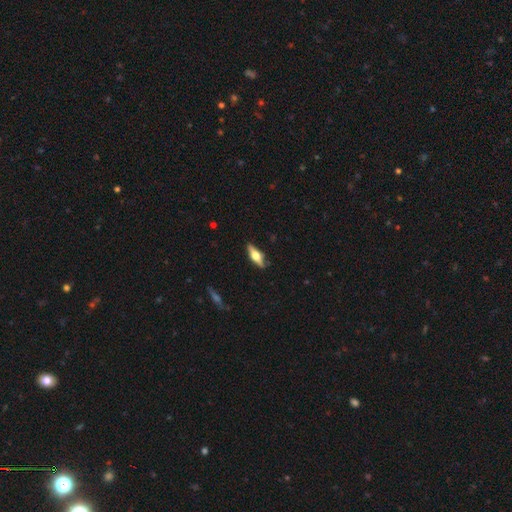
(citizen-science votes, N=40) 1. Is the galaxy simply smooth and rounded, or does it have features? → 52% featured or disk, 40% smooth, 8% star or artifact.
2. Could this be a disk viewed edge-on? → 95% yes, 5% no.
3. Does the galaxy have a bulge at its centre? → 90% rounded, 10% boxy, 0% none.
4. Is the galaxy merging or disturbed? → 81% none, 16% minor disturbance, 3% major disturbance, 0% merger.